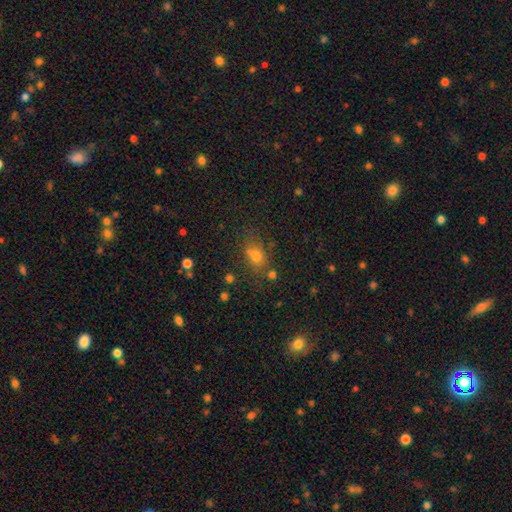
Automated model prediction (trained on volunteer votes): This is likely a smooth galaxy (68%). How rounded: possibly in between (59%). Merging: likely none (66%).